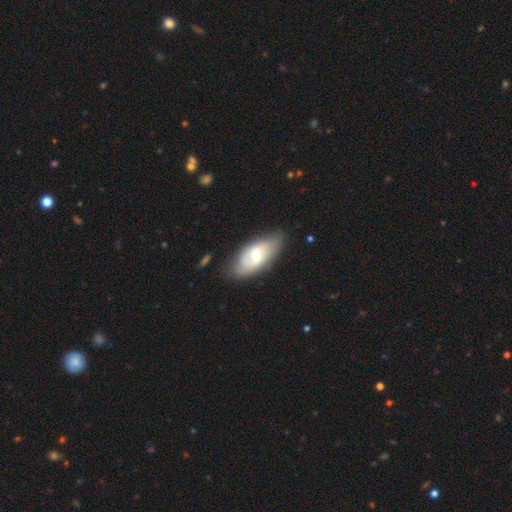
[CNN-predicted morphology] featured or disk 48%, smooth 46%, star or artifact 6%. Down the decision tree: merging — none (72%).